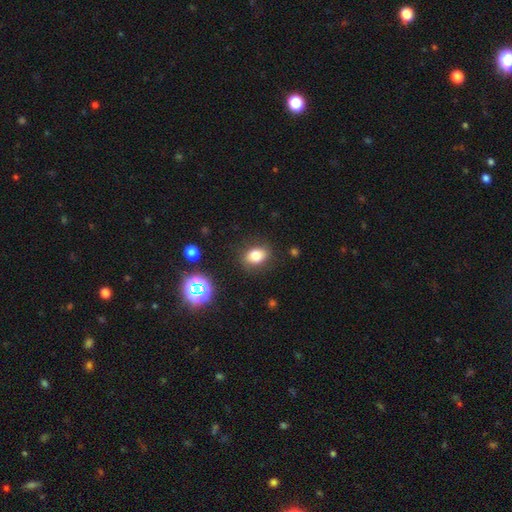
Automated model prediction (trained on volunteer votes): A smooth galaxy with no disk features (78%) that is in between round and cigar-shaped (66%). Merging: none (83%).